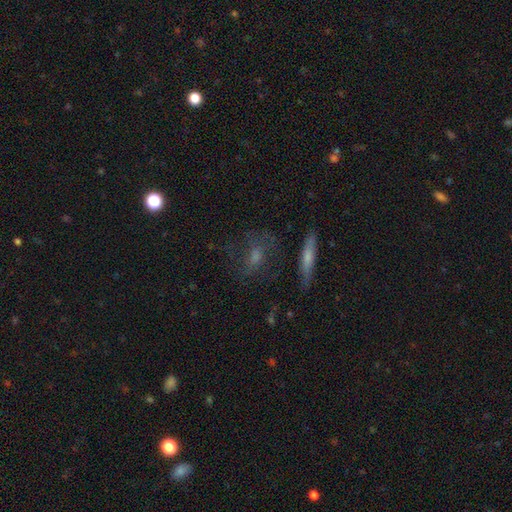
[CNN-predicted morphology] Smooth or featured?
  - smooth: 40% *
  - featured or disk: 38%
  - star or artifact: 22%
Merging?
  - none: 65% *
  - minor disturbance: 17%
  - major disturbance: 13%
  - merger: 4%